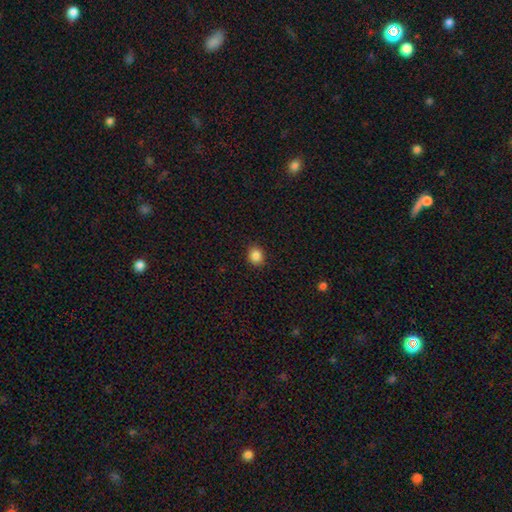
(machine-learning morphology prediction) This is clearly a smooth galaxy (86%). How rounded: likely round (73%). Merging: clearly none (90%).